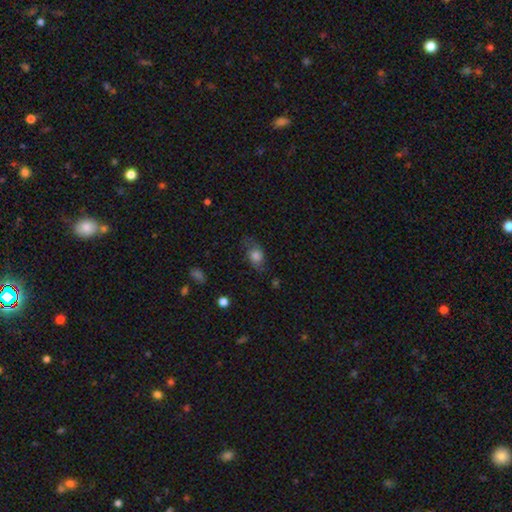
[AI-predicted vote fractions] A smooth galaxy with no disk features (64%) that is in between round and cigar-shaped (65%). Merging: none (60%).